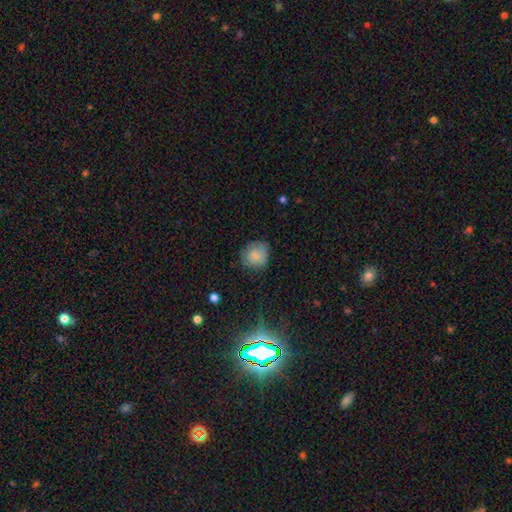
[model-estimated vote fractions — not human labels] A smooth galaxy with no disk features (80%) that is round (81%).

Vote fractions:
- Smooth or featured? smooth: 80% / featured or disk: 11% / star or artifact: 9%
- How rounded? round: 81% / in between: 18% / cigar-shaped: 1%
- Merging? none: 74% / minor disturbance: 20% / major disturbance: 5% / merger: 1%